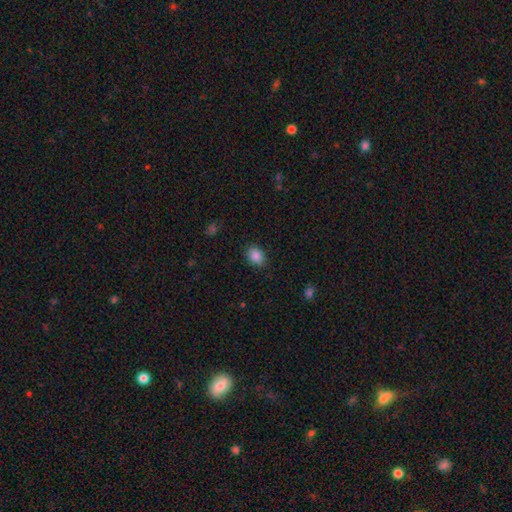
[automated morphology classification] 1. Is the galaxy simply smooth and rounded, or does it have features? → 87% smooth, 9% star or artifact, 4% featured or disk.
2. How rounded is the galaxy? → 61% in between, 38% round, 1% cigar-shaped.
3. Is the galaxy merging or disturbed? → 85% none, 11% minor disturbance, 3% major disturbance, 1% merger.